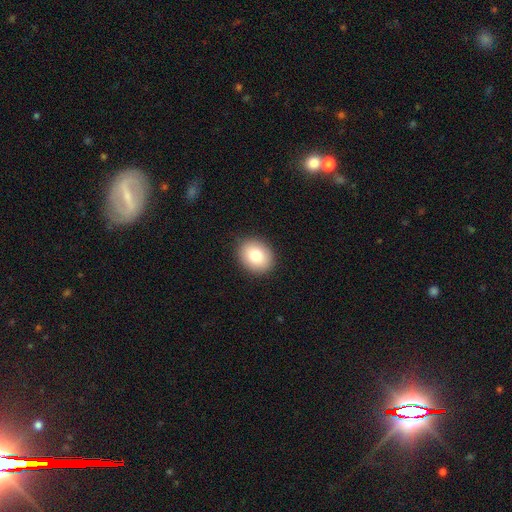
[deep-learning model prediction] Smooth or featured: smooth — 80% (featured or disk — 11%)
How rounded: round — 58% (in between — 41%)
Merging: none — 90% (minor disturbance — 7%)